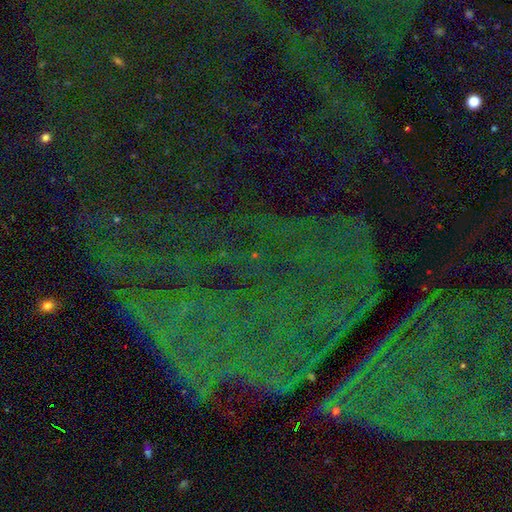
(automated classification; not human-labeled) This is clearly a star or artifact rather than a galaxy (83%).